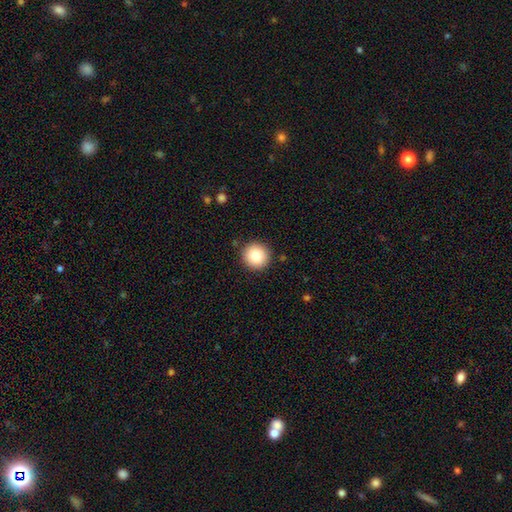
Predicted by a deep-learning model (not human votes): smooth-or-featured: smooth: 82% | star or artifact: 10% | featured or disk: 9%
  how-rounded: round: 96% | in between: 4% | cigar-shaped: 1%
  merging: none: 91% | minor disturbance: 6% | major disturbance: 2% | merger: 1%